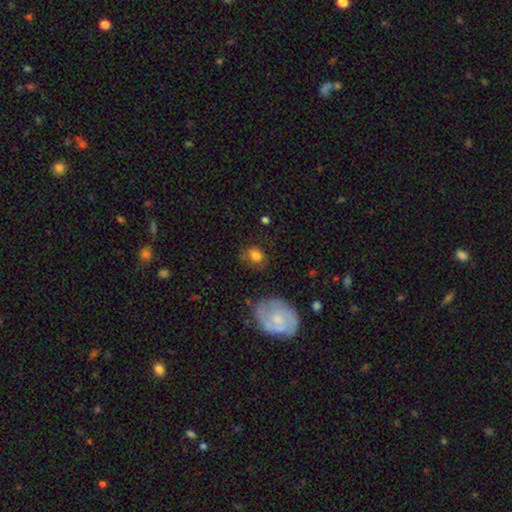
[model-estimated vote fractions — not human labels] Smooth or featured: smooth — 75% (featured or disk — 15%)
How rounded: in between — 50% (round — 49%)
Merging: none — 63% (minor disturbance — 23%)